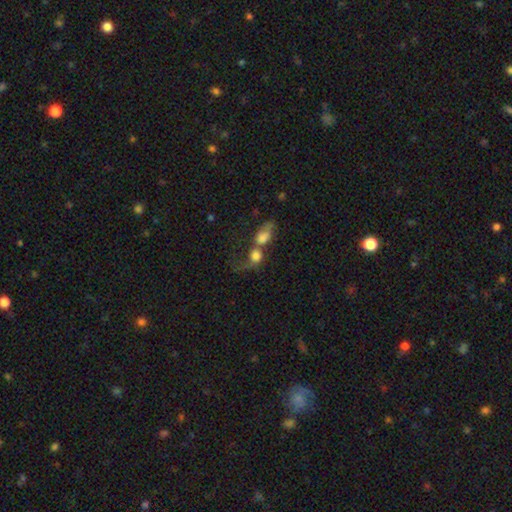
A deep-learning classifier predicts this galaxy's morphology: smooth_or_featured: smooth (p=0.70) [alt: featured or disk p=0.20]
how_rounded: round (p=0.49) [alt: in between p=0.48]
merging: merger (p=0.74) [alt: major disturbance p=0.12]